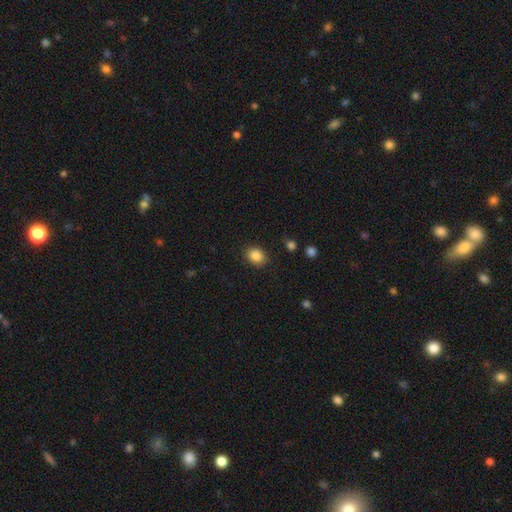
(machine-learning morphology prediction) A smooth galaxy with no disk features (86%) that is in between round and cigar-shaped (52%). Merging: none (85%).